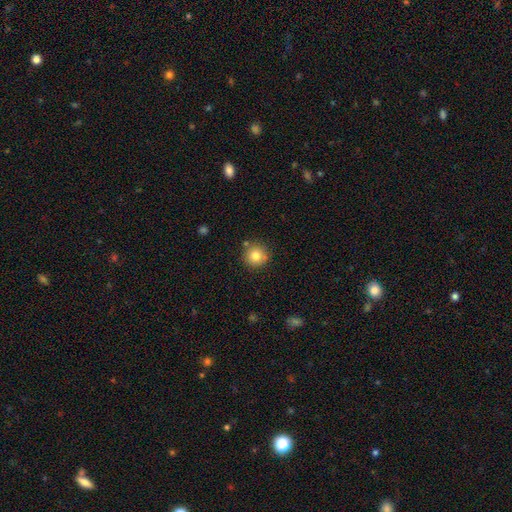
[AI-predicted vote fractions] The model was most divided on "smooth or featured": smooth: 81%, star or artifact: 10%, featured or disk: 8%. More confident: how rounded — round (94%); merging — none (83%).